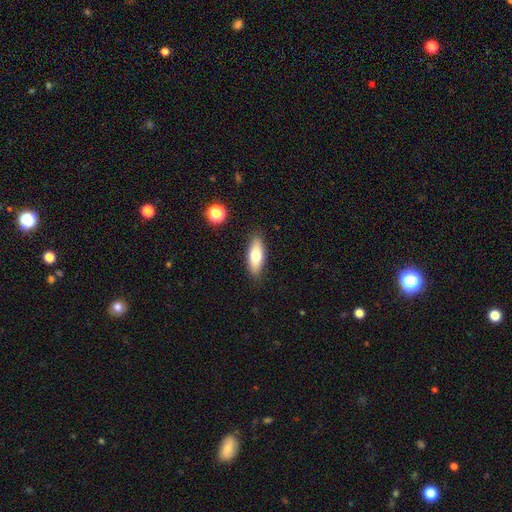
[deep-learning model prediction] A smooth galaxy with no disk features (71%) that is in between round and cigar-shaped (68%). Merging: none (87%).